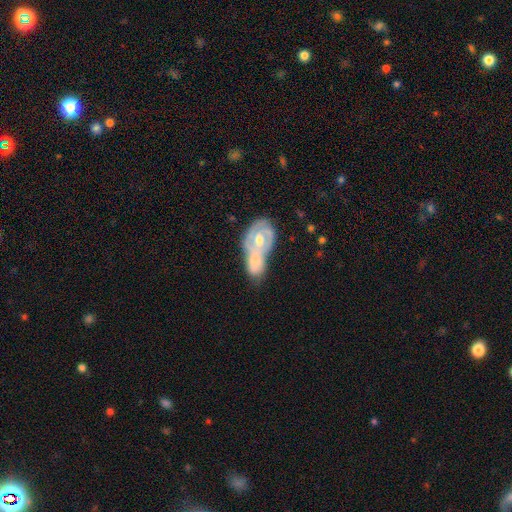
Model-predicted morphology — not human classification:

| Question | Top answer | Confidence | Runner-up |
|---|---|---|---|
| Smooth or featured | featured or disk | 64% | smooth (29%) |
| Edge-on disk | no | 94% | yes (6%) |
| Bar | no | 68% | weak (24%) |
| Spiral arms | yes | 60% | no (40%) |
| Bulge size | moderate | 73% | small (15%) |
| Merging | merger | 72% | none (15%) |